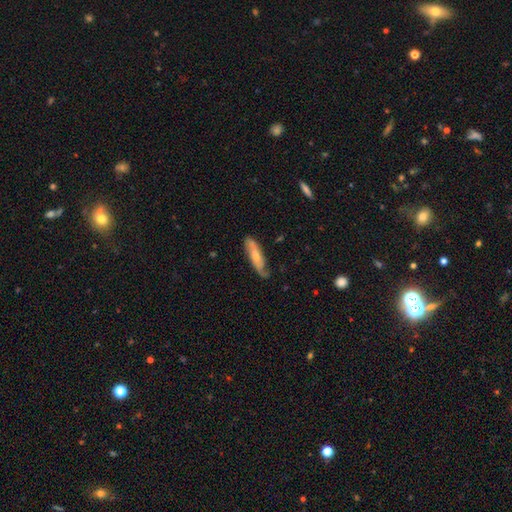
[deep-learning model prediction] Overall: featured or disk (51%; smooth 43%). Edge-on disk: no (69%; yes 31%). Merging: none (68%).